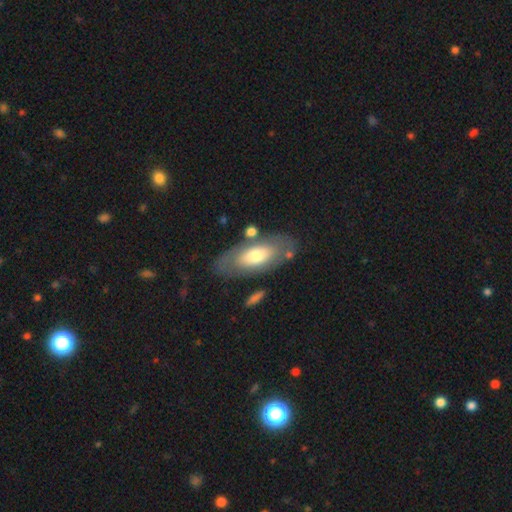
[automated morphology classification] smooth_or_featured: smooth (p=0.58) [alt: featured or disk p=0.37]
how_rounded: in between (p=0.87) [alt: cigar-shaped p=0.10]
merging: none (p=0.74) [alt: minor disturbance p=0.15]